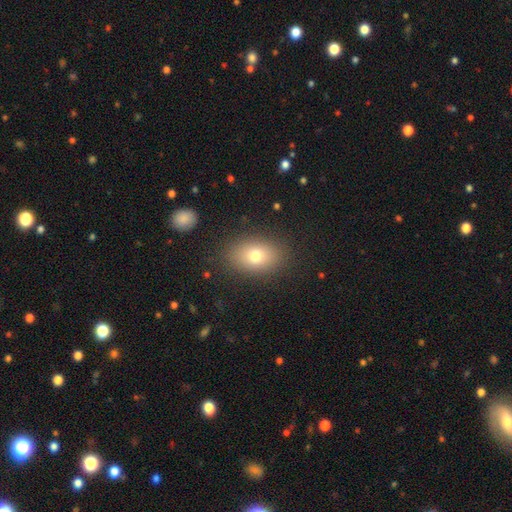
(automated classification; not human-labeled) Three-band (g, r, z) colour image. It shows a smooth galaxy with no disk features (75%) that is in between round and cigar-shaped (78%). Merging: none (86%).